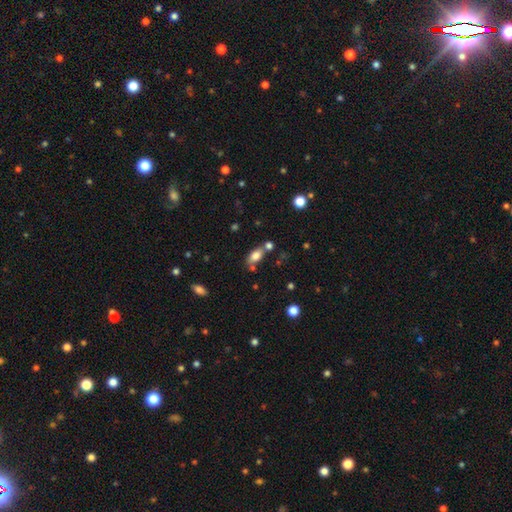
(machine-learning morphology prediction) Q: Smooth or featured?
A: smooth (78%); runner-up: featured or disk (13%)
Q: How rounded?
A: in between (86%); runner-up: cigar-shaped (7%)
Q: Merging?
A: none (62%); runner-up: merger (19%)